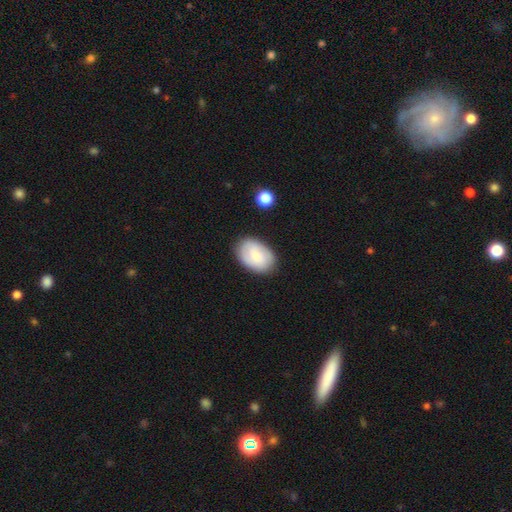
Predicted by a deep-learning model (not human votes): A smooth galaxy with no disk features (65%) that is in between round and cigar-shaped (84%).

Vote fractions:
- Smooth or featured? smooth: 65% / featured or disk: 28% / star or artifact: 7%
- How rounded? in between: 84% / round: 15% / cigar-shaped: 1%
- Merging? none: 81% / minor disturbance: 14% / major disturbance: 3% / merger: 2%